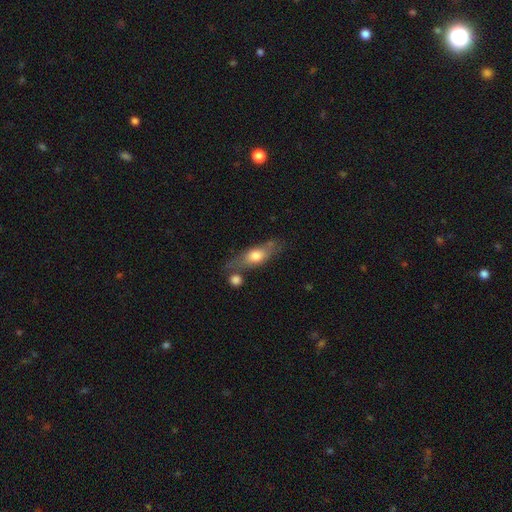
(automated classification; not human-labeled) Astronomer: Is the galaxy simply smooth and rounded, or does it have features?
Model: smooth — 59% (runner-up: featured or disk, 35%).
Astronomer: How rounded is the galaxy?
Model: in between — 58% (runner-up: cigar-shaped, 36%).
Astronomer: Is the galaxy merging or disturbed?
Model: none — 57%.